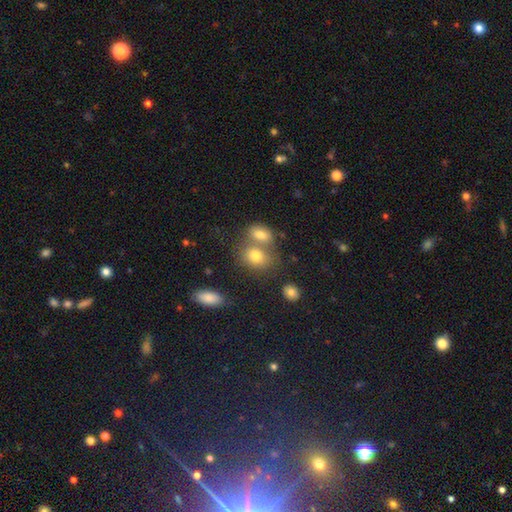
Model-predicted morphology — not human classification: Smooth or featured? smooth (77%)
How rounded? in between (57%)
Merging? merger (43%)